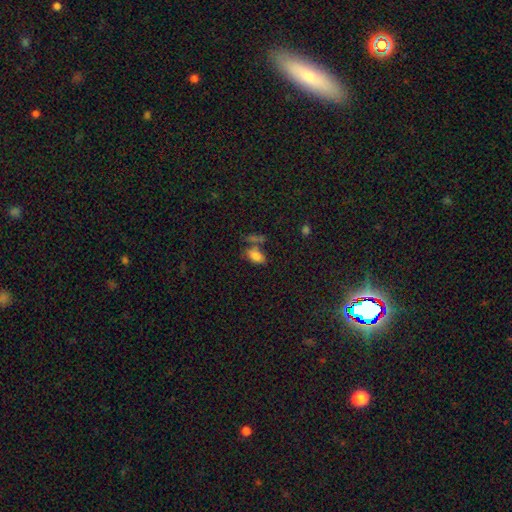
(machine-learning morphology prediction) A smooth galaxy with no disk features (79%) that is in between round and cigar-shaped (91%).

Vote fractions:
- Smooth or featured? smooth: 79% / star or artifact: 12% / featured or disk: 9%
- How rounded? in between: 91% / round: 5% / cigar-shaped: 3%
- Merging? none: 50% / merger: 25% / minor disturbance: 17% / major disturbance: 8%